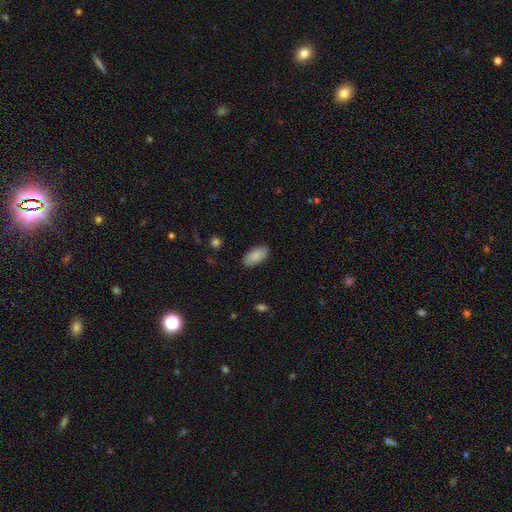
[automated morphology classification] smooth_or_featured: smooth (p=0.86) [alt: featured or disk p=0.08]
how_rounded: in between (p=0.93) [alt: cigar-shaped p=0.05]
merging: none (p=0.87) [alt: minor disturbance p=0.10]